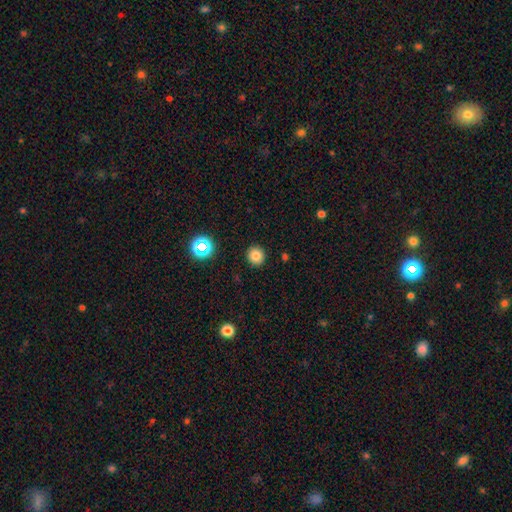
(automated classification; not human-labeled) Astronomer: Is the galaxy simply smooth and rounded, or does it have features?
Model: smooth — 80%.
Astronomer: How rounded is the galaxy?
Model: round — 93%.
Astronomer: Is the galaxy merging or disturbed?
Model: none — 92%.